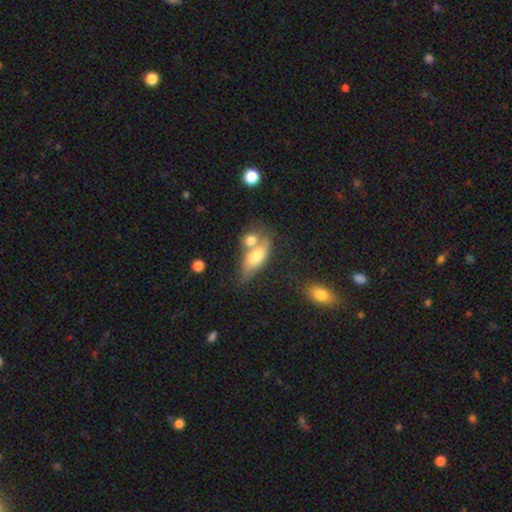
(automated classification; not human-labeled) This appears to be a smooth galaxy with no disk features (66%) that is in between round and cigar-shaped (79%). Merging: merger (45%).